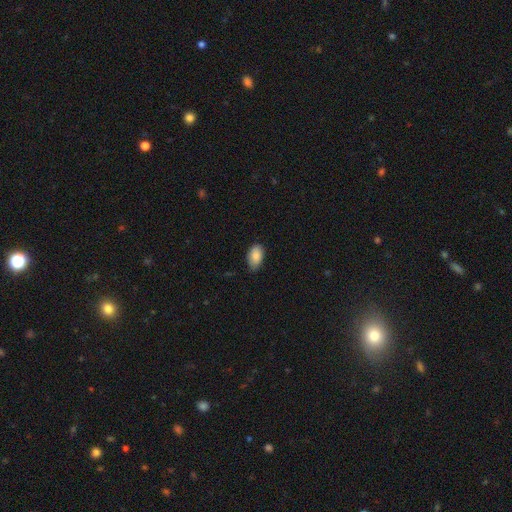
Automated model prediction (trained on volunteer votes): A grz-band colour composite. It shows a smooth galaxy with no disk features (86%) that is in between round and cigar-shaped (93%). Merging: none (80%).